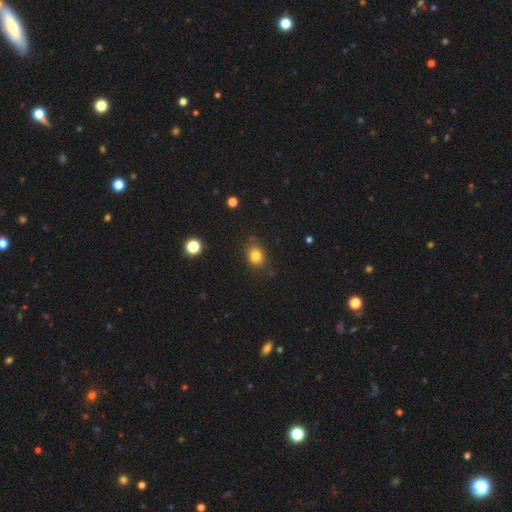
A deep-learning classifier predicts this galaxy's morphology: smooth 81%, star or artifact 12%, featured or disk 7%. Down the decision tree: how rounded — round (60%); merging — none (79%).